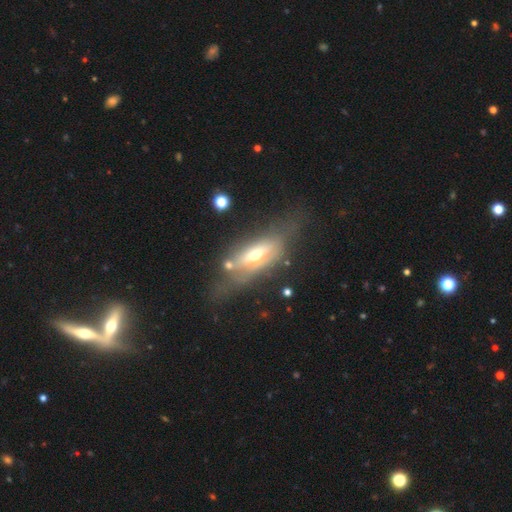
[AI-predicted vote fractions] A featured or disk galaxy (64%) viewed edge-on (56%).

Vote fractions:
- Smooth or featured? featured or disk: 64% / smooth: 28% / star or artifact: 8%
- Edge-on disk? yes: 56% / no: 44%
- Merging? none: 52% / minor disturbance: 23% / major disturbance: 19% / merger: 6%